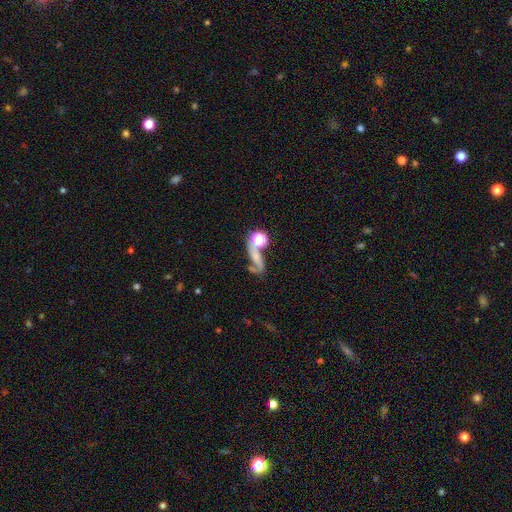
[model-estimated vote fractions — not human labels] Smooth or featured? Predicted: smooth (p=0.48). Merging? Predicted: none (p=0.37).